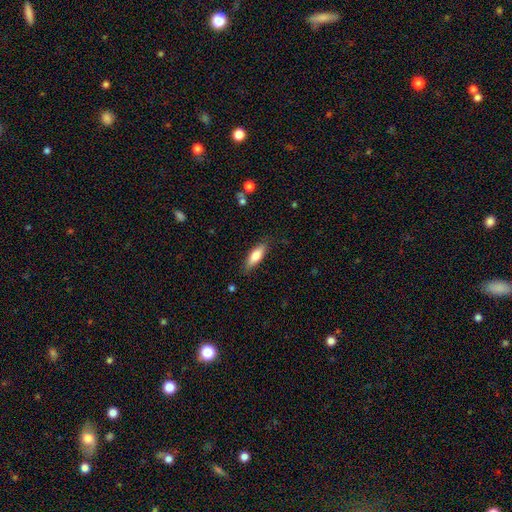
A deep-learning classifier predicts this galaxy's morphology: Smooth or featured? smooth (74%)
How rounded? in between (55%)
Merging? none (83%)